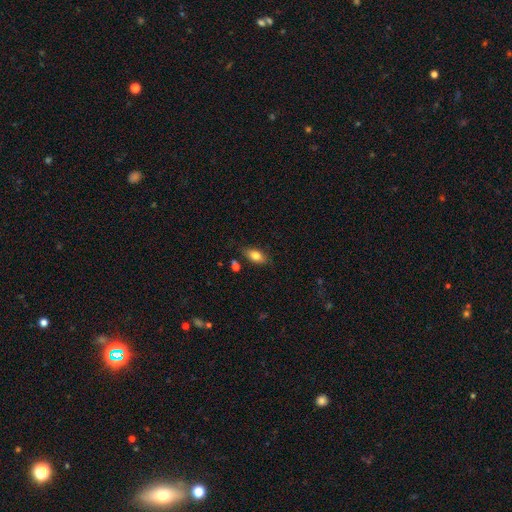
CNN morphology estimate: This is likely a smooth galaxy (78%). How rounded: clearly in between (87%). Merging: likely none (79%).